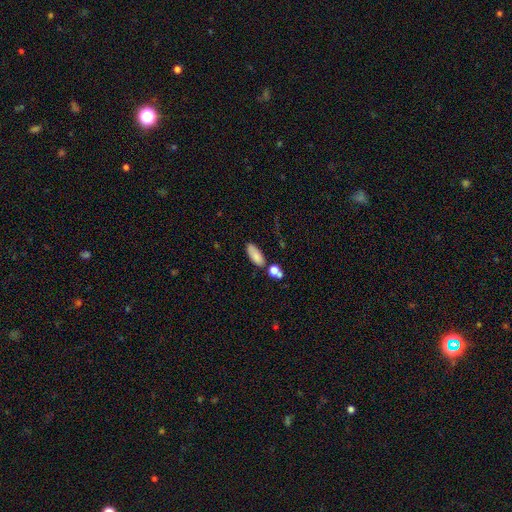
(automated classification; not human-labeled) Overall: smooth (82%). How rounded: in between (80%). Merging: none (65%).